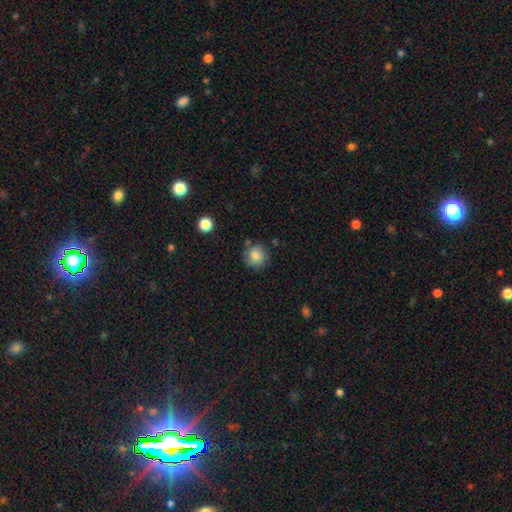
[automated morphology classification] smooth 83%, star or artifact 9%, featured or disk 7%. Down the decision tree: how rounded — round (90%); merging — none (79%).